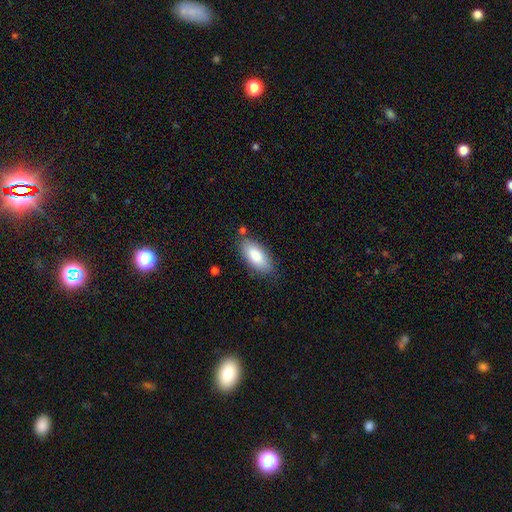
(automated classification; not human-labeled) Morphology: type=smooth (83%); roundness=in between (87%); merging=none (79%).